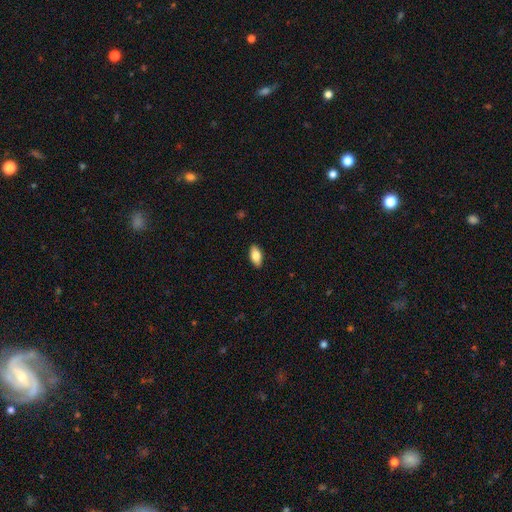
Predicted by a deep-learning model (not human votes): Q: Smooth or featured?
A: smooth (83%); runner-up: featured or disk (11%)
Q: How rounded?
A: in between (92%); runner-up: cigar-shaped (5%)
Q: Merging?
A: none (89%); runner-up: minor disturbance (8%)